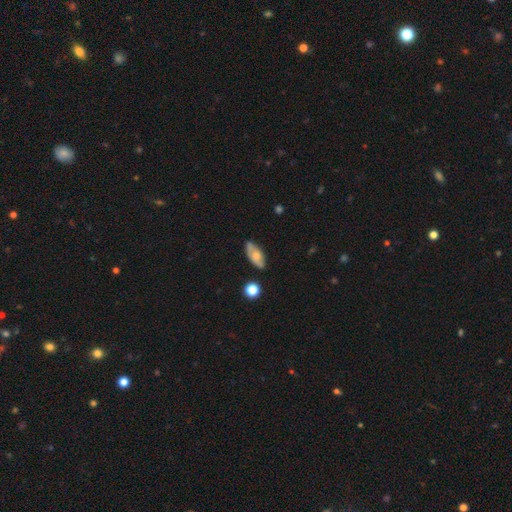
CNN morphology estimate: type=smooth (55%); roundness=in between (84%); merging=none (71%).